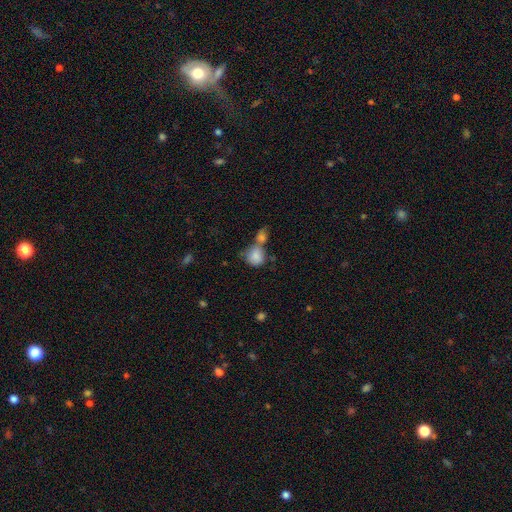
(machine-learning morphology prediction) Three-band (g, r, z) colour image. It shows a smooth galaxy with no disk features (83%) that is round (73%). Merging: merger (55%).